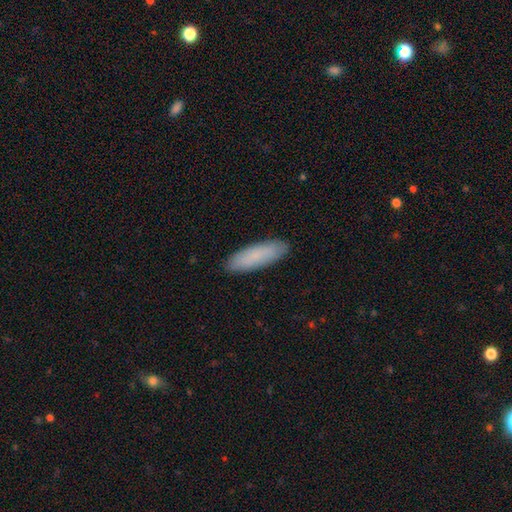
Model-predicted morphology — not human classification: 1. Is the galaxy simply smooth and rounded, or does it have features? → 83% smooth, 11% featured or disk, 6% star or artifact.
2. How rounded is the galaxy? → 52% cigar-shaped, 46% in between, 1% round.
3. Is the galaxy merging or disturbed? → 89% none, 8% minor disturbance, 2% major disturbance, 1% merger.